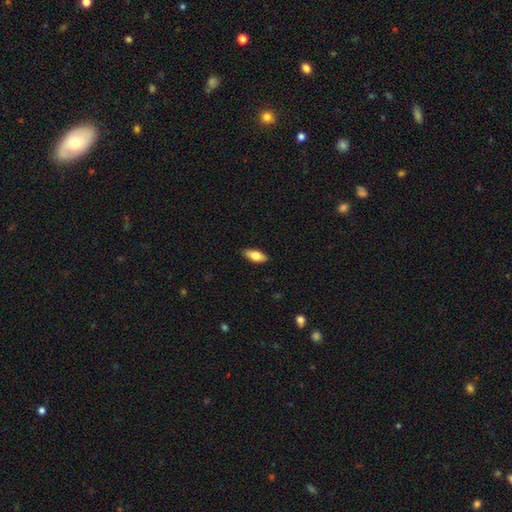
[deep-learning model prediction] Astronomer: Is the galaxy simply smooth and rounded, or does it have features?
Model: smooth — 73%.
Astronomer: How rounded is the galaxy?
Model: in between — 80%.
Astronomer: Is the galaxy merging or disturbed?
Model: none — 88%.